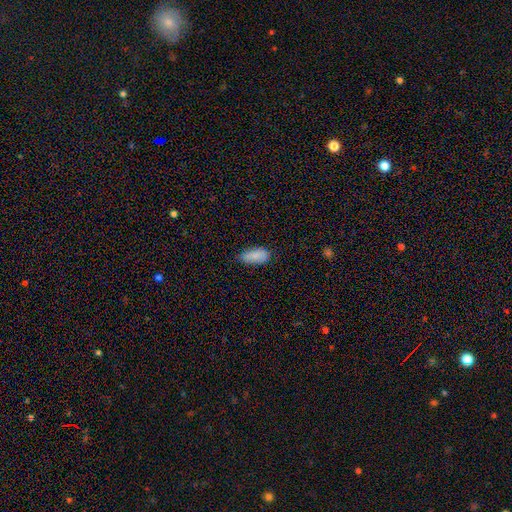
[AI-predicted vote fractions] This appears to be a smooth galaxy with no disk features (86%) that is in between round and cigar-shaped (88%). Merging: none (69%).